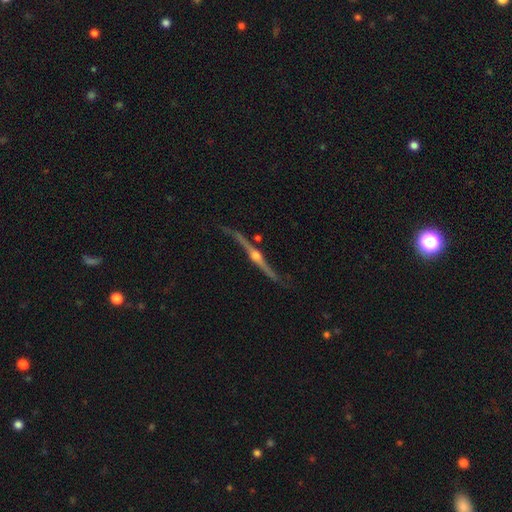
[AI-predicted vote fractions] Q: Smooth or featured?
A: featured or disk (89%); runner-up: smooth (5%)
Q: Edge-on disk?
A: yes (94%); runner-up: no (6%)
Q: Edge-on bulge?
A: rounded (94%); runner-up: none (3%)
Q: Merging?
A: none (75%); runner-up: minor disturbance (18%)